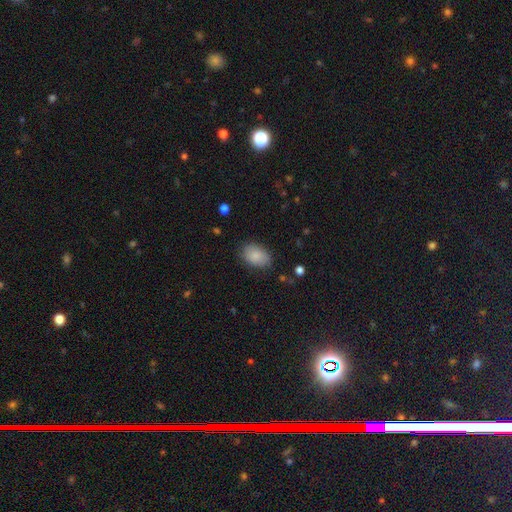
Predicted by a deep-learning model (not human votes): This appears to be a smooth galaxy with no disk features (84%) that is in between round and cigar-shaped (84%). Merging: none (79%).